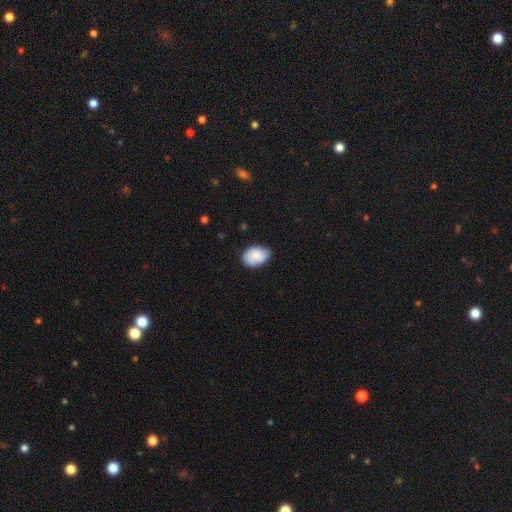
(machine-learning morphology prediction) Smooth or featured: smooth — 78% (featured or disk — 15%)
How rounded: in between — 75% (round — 24%)
Merging: none — 71% (minor disturbance — 23%)